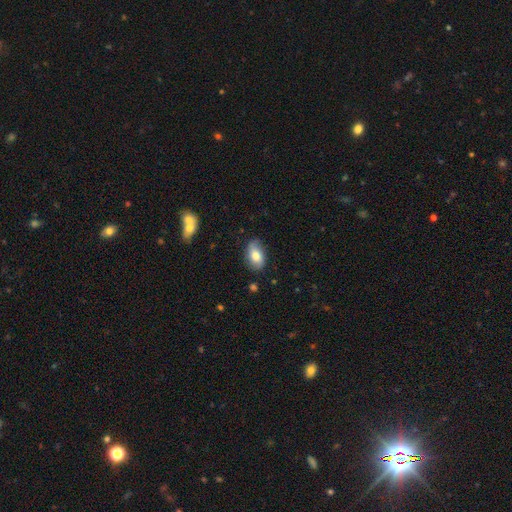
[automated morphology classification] A smooth galaxy with no disk features (74%) that is in between round and cigar-shaped (91%).

Vote fractions:
- Smooth or featured? smooth: 74% / featured or disk: 19% / star or artifact: 7%
- How rounded? in between: 91% / round: 7% / cigar-shaped: 2%
- Merging? none: 73% / minor disturbance: 21% / major disturbance: 4% / merger: 2%